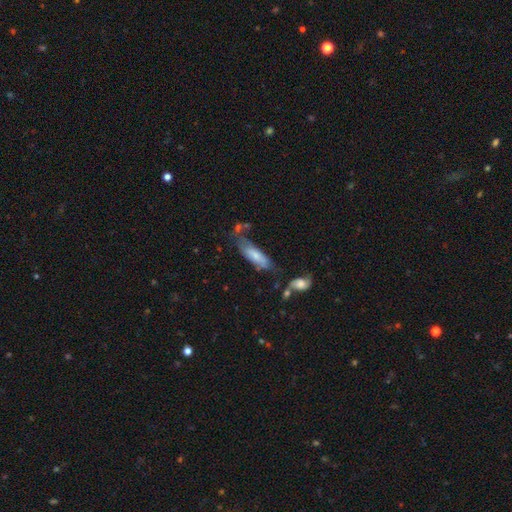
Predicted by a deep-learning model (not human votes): Q: Smooth or featured?
A: smooth (67%); runner-up: featured or disk (27%)
Q: How rounded?
A: in between (58%); runner-up: cigar-shaped (40%)
Q: Merging?
A: none (43%); runner-up: minor disturbance (28%)